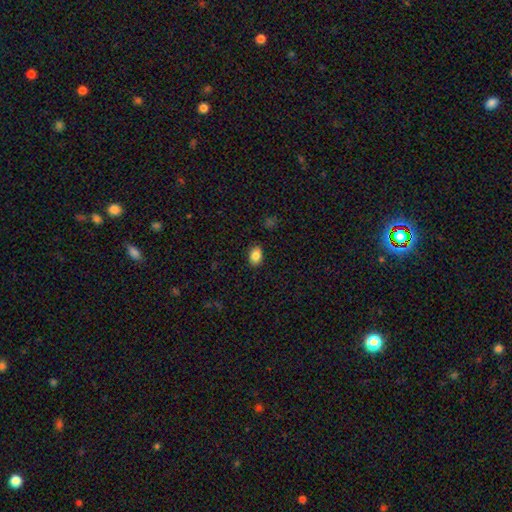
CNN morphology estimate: Smooth or featured: smooth — 86% (star or artifact — 9%)
How rounded: in between — 81% (round — 18%)
Merging: none — 87% (minor disturbance — 9%)